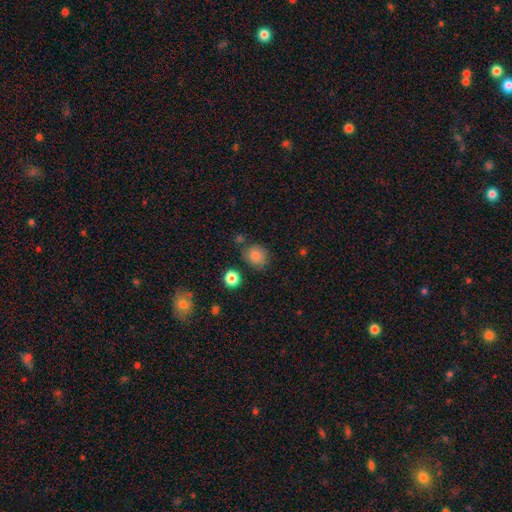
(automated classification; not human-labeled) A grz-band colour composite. It shows a smooth galaxy with no disk features (84%) that is round (72%). Merging: none (74%).